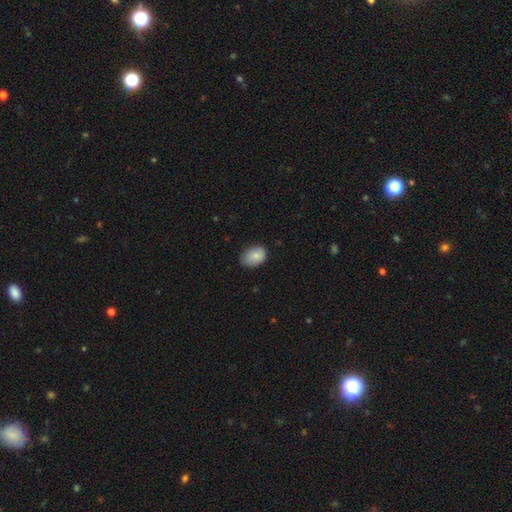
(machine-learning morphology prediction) Q: Smooth or featured?
A: smooth (84%); runner-up: featured or disk (9%)
Q: How rounded?
A: in between (80%); runner-up: round (19%)
Q: Merging?
A: none (67%); runner-up: minor disturbance (28%)